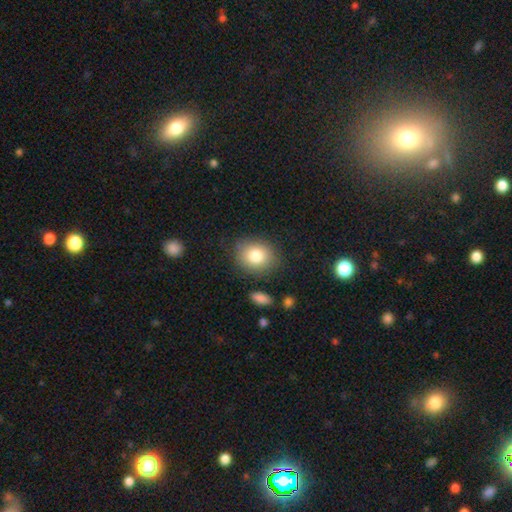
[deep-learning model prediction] Morphology: type=smooth (82%); roundness=round (61%); merging=none (81%).